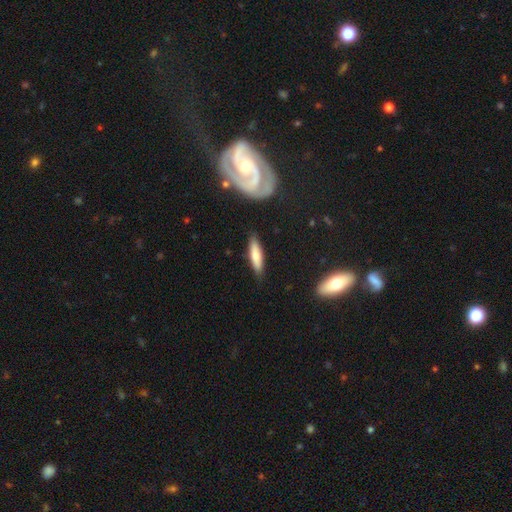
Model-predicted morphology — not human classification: Overall: smooth (72%). How rounded: cigar-shaped (72%). Merging: none (85%).